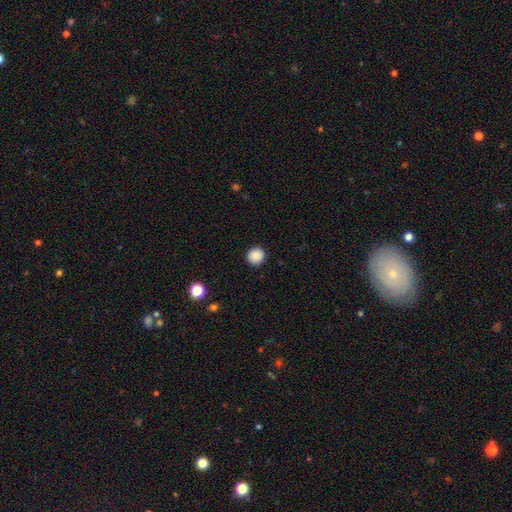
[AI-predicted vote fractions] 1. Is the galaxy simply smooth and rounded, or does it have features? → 88% smooth, 9% star or artifact, 3% featured or disk.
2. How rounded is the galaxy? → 94% round, 5% in between, 1% cigar-shaped.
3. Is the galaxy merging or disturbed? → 92% none, 5% minor disturbance, 2% major disturbance, 1% merger.